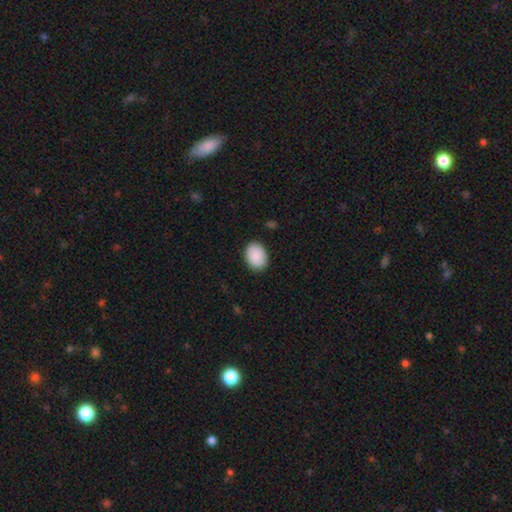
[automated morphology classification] Smooth or featured? smooth (90%)
How rounded? in between (75%)
Merging? none (86%)